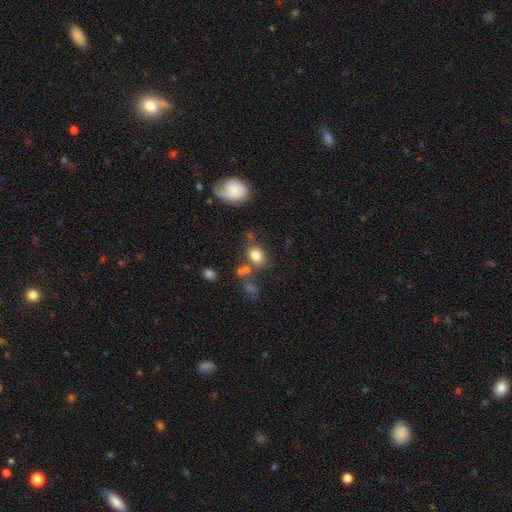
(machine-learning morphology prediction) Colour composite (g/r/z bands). It shows a smooth galaxy with no disk features (81%) that is in between round and cigar-shaped (65%). Merging: none (64%).